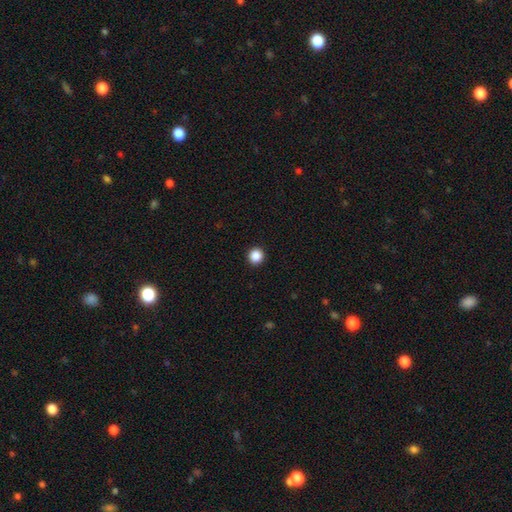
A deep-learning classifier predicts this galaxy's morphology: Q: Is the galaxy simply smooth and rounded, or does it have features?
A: smooth — 87%.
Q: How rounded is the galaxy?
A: round — 96%.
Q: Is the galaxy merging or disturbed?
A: none — 94%.